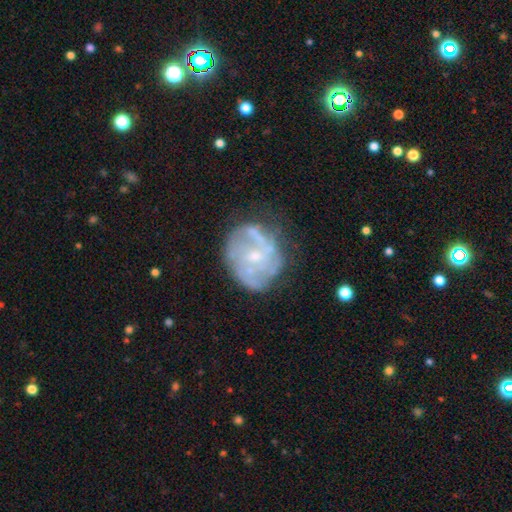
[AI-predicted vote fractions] The model was most divided on "spiral arms": yes: 60%, no: 40%. More confident: edge-on disk — no (97%); smooth or featured — featured or disk (69%); bar — no (62%); bulge size — small (58%); merging — none (56%).